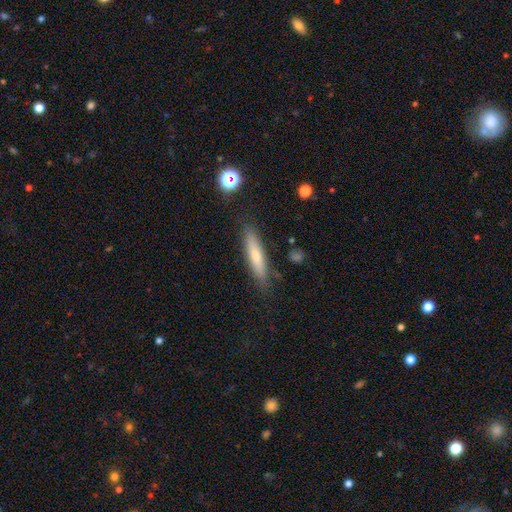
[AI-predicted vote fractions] Smooth or featured? Predicted: smooth (p=0.59). How rounded? Predicted: cigar-shaped (p=0.84). Merging? Predicted: none (p=0.84).